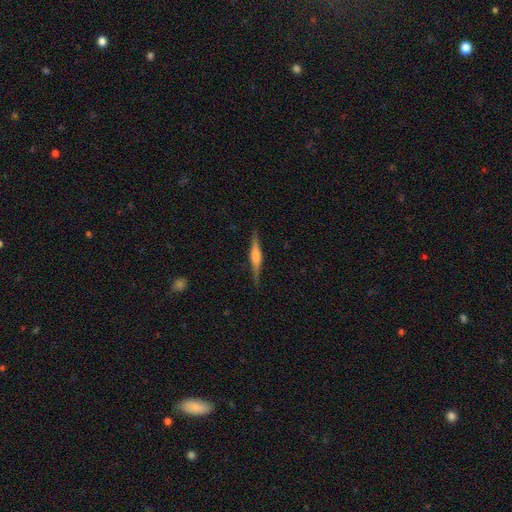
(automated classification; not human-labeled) Overall: featured or disk (70%). Edge-on disk: yes (98%). Edge-on bulge: rounded (59%; boxy 34%). Merging: none (87%).